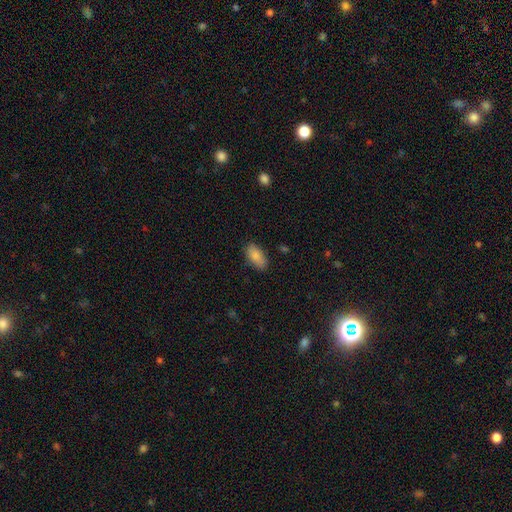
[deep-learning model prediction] This appears to be a smooth galaxy with no disk features (84%) that is in between round and cigar-shaped (92%). Merging: none (84%).